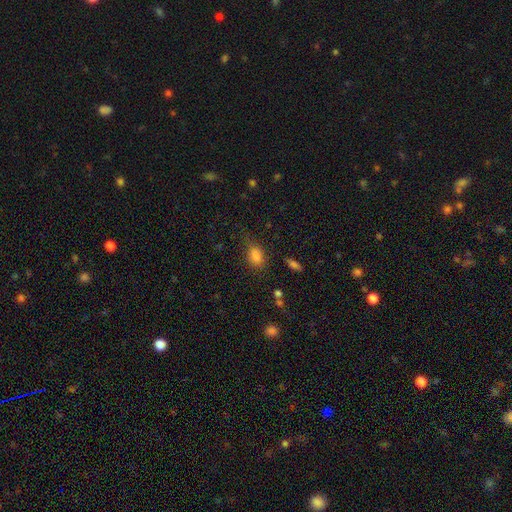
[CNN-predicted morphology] The model was most divided on "merging": none: 65%, minor disturbance: 23%, major disturbance: 9%, merger: 3%. More confident: smooth or featured — smooth (82%); how rounded — in between (79%).